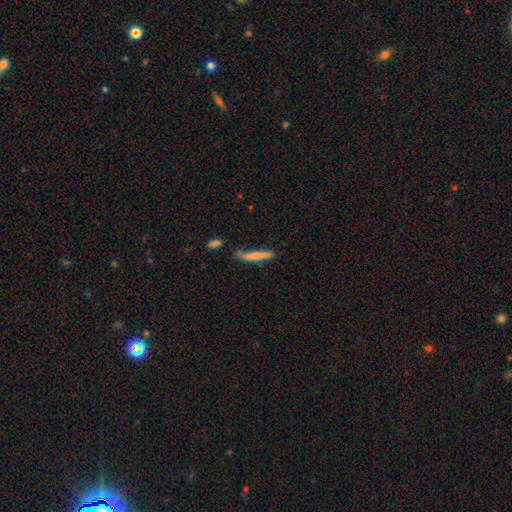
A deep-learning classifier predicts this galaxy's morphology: This is likely a smooth galaxy (70%). How rounded: clearly cigar-shaped (93%). Merging: likely none (63%).